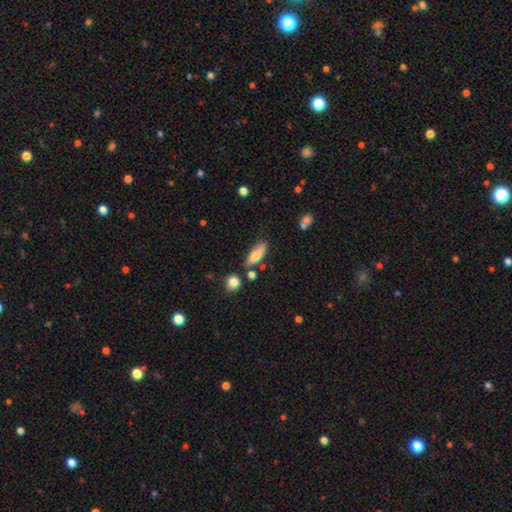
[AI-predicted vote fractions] Smooth or featured? smooth (75%)
How rounded? in between (64%)
Merging? none (62%)